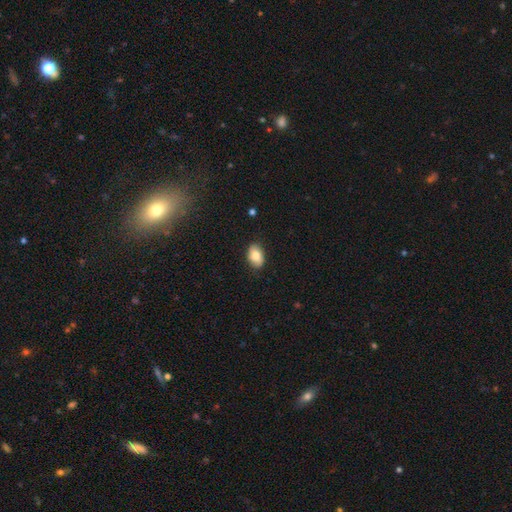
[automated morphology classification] smooth-or-featured: smooth: 80% | featured or disk: 13% | star or artifact: 7%
  how-rounded: in between: 89% | round: 9% | cigar-shaped: 1%
  merging: none: 85% | minor disturbance: 12% | major disturbance: 2% | merger: 1%